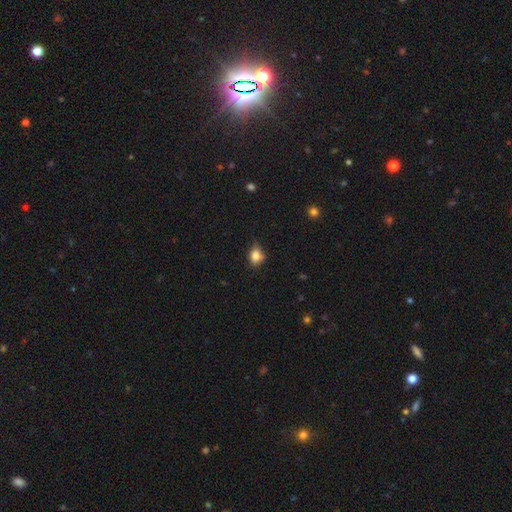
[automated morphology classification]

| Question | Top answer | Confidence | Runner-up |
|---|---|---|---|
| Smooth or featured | smooth | 81% | star or artifact (10%) |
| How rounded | in between | 59% | round (40%) |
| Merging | none | 58% | minor disturbance (32%) |